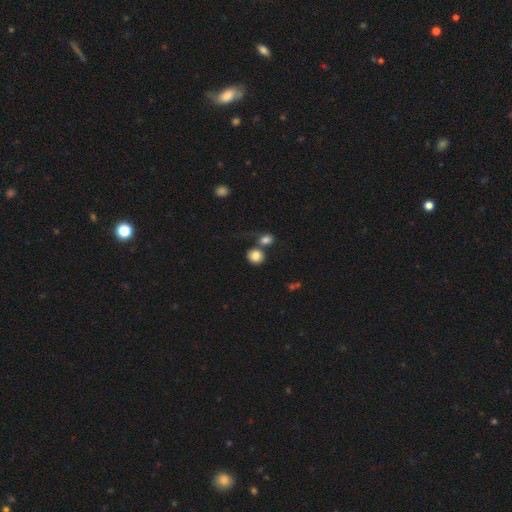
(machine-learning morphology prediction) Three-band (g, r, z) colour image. It shows a smooth galaxy with no disk features (83%) that is round (80%). Merging: none (52%).